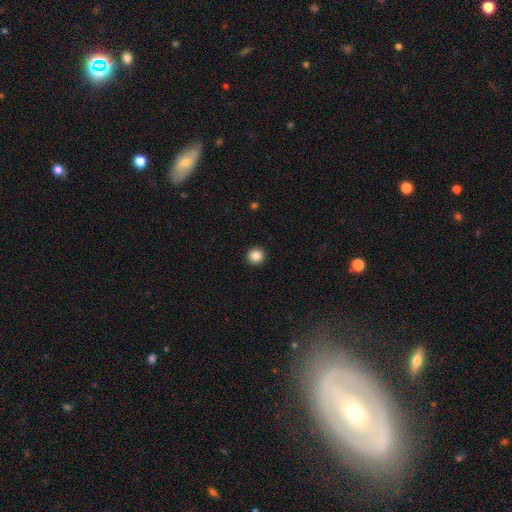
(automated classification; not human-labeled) Overall: smooth (86%). How rounded: round (93%). Merging: none (94%).